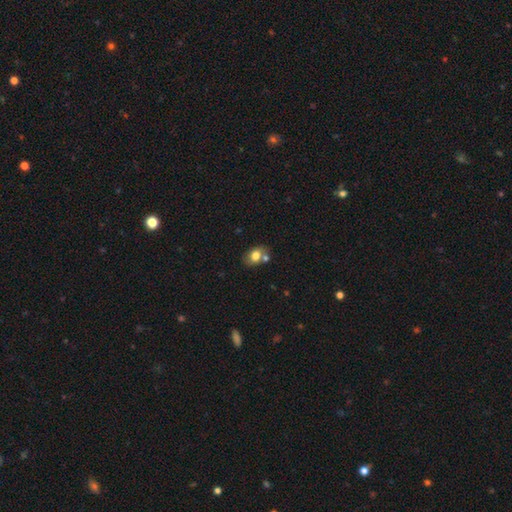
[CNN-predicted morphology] A smooth galaxy with no disk features (76%) that is in between round and cigar-shaped (70%).

Vote fractions:
- Smooth or featured? smooth: 76% / featured or disk: 15% / star or artifact: 9%
- How rounded? in between: 70% / round: 29% / cigar-shaped: 1%
- Merging? none: 60% / merger: 22% / minor disturbance: 14% / major disturbance: 4%